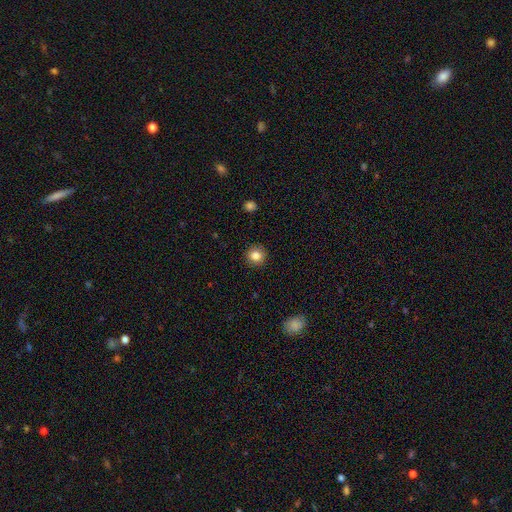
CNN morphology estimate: A smooth galaxy with no disk features (84%) that is round (93%).

Vote fractions:
- Smooth or featured? smooth: 84% / star or artifact: 10% / featured or disk: 5%
- How rounded? round: 93% / in between: 6% / cigar-shaped: 1%
- Merging? none: 91% / minor disturbance: 6% / major disturbance: 2% / merger: 1%